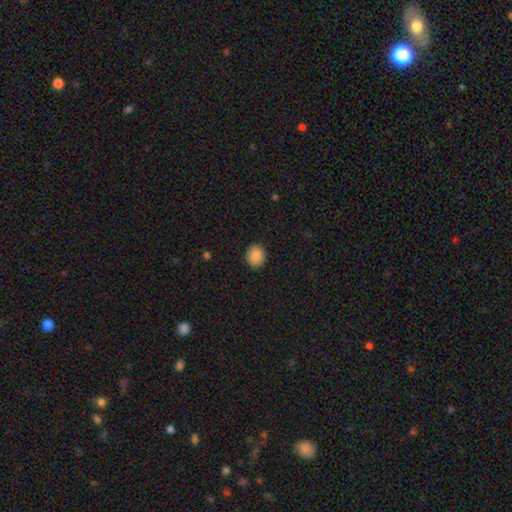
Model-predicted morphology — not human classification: Smooth or featured? smooth (88%)
How rounded? round (74%)
Merging? none (91%)